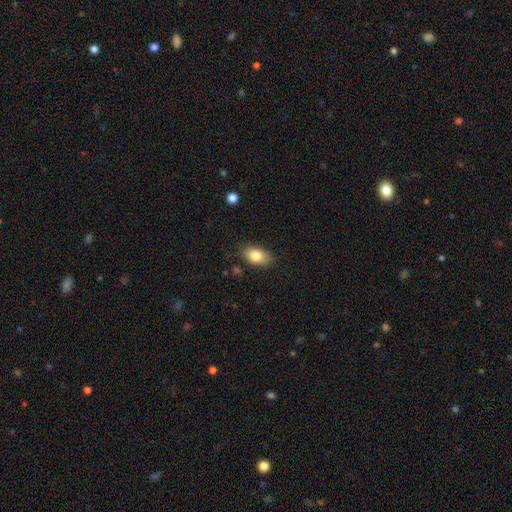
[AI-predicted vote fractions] Smooth or featured?
  - smooth: 82% *
  - featured or disk: 10%
  - star or artifact: 8%
How rounded?
  - in between: 87% *
  - round: 10%
  - cigar-shaped: 2%
Merging?
  - none: 81% *
  - minor disturbance: 14%
  - major disturbance: 3%
  - merger: 1%